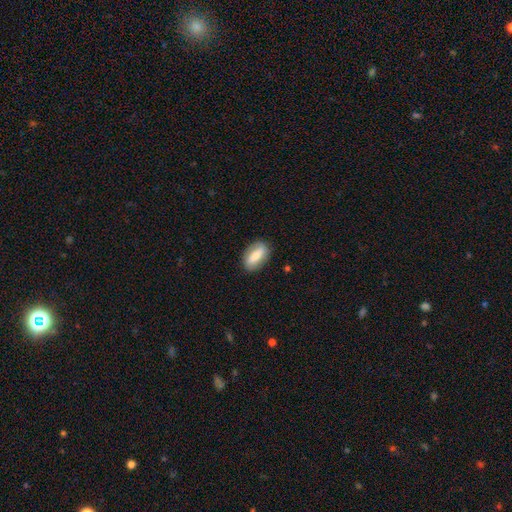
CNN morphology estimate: A smooth galaxy with no disk features (65%) that is in between round and cigar-shaped (84%).

Vote fractions:
- Smooth or featured? smooth: 65% / featured or disk: 28% / star or artifact: 7%
- How rounded? in between: 84% / cigar-shaped: 10% / round: 6%
- Merging? none: 84% / minor disturbance: 12% / major disturbance: 3% / merger: 1%